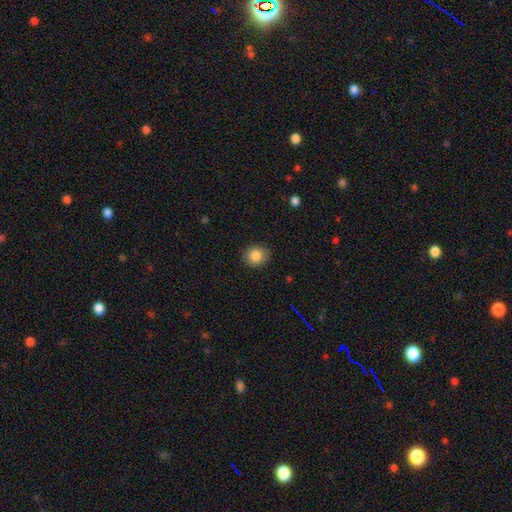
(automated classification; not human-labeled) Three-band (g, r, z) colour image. It shows a smooth galaxy with no disk features (85%) that is round (71%). Merging: none (89%).